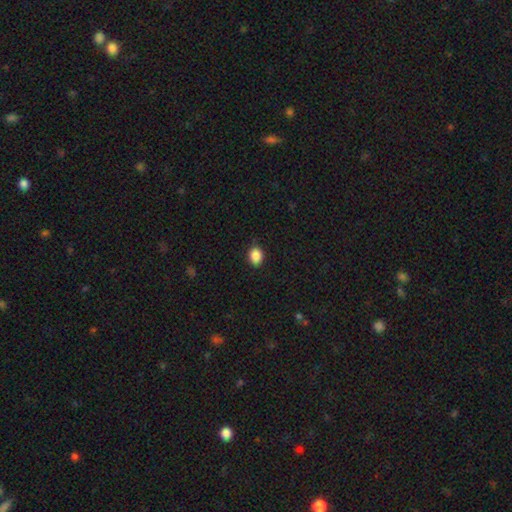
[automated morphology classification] The model was most divided on "how rounded": in between: 59%, round: 40%, cigar-shaped: 1%. More confident: smooth or featured — smooth (88%); merging — none (86%).